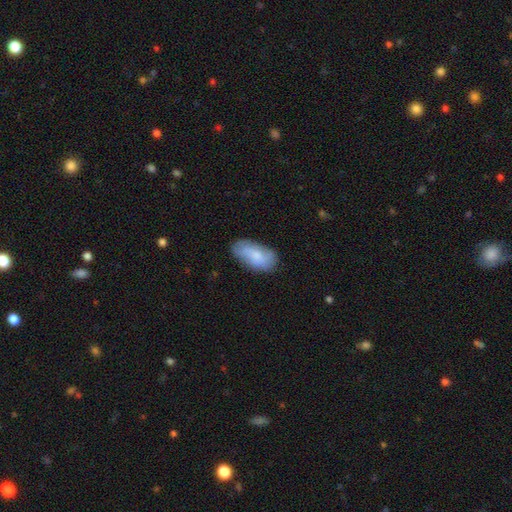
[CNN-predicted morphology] This is likely a smooth galaxy (71%). How rounded: clearly in between (93%). Merging: likely none (74%).